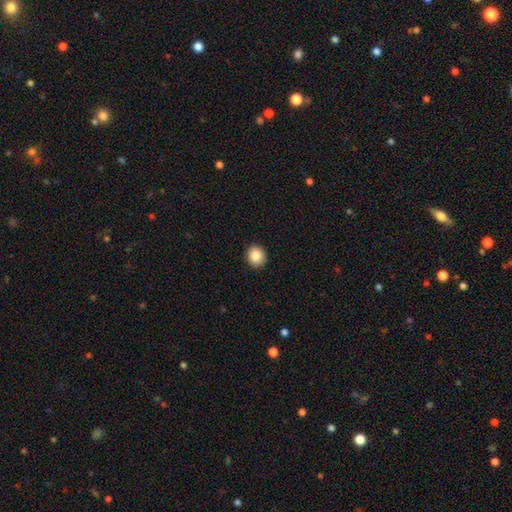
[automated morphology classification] Smooth or featured? smooth (86%)
How rounded? round (80%)
Merging? none (91%)